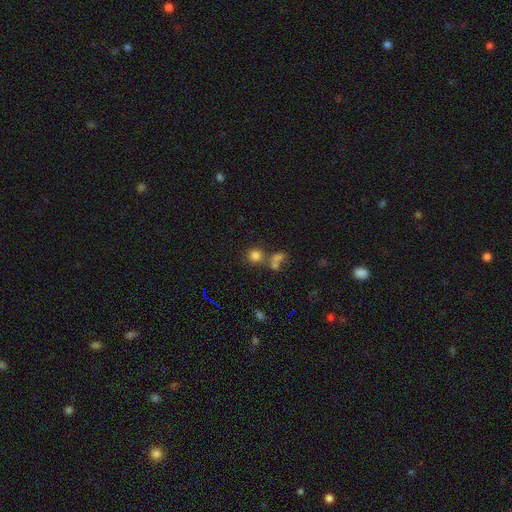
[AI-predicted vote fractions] smooth-or-featured: smooth: 76% | star or artifact: 16% | featured or disk: 8%
  how-rounded: round: 87% | in between: 12% | cigar-shaped: 1%
  merging: none: 58% | merger: 28% | minor disturbance: 9% | major disturbance: 5%